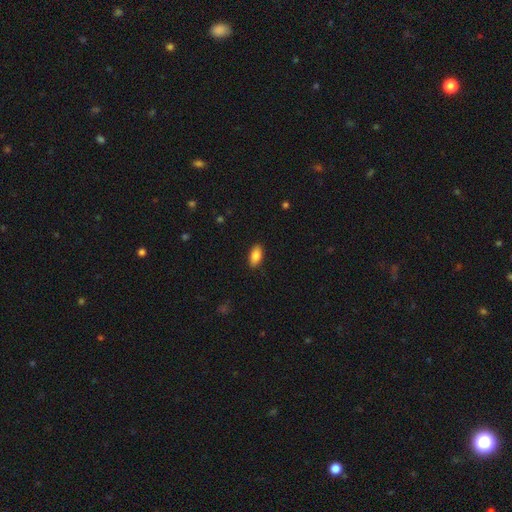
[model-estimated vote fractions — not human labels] Morphology: type=smooth (85%); roundness=in between (91%); merging=none (88%).